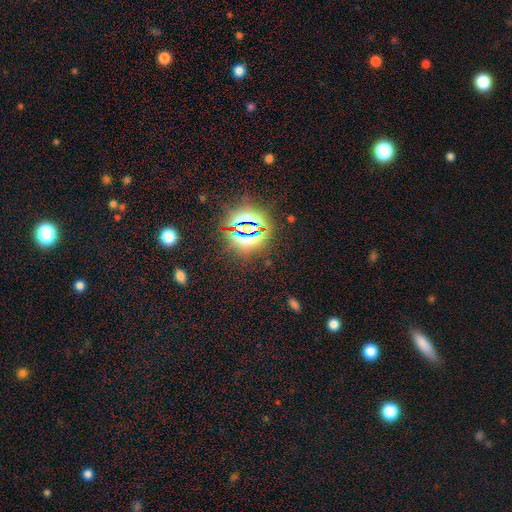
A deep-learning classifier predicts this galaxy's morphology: Overall: star or artifact (79%).